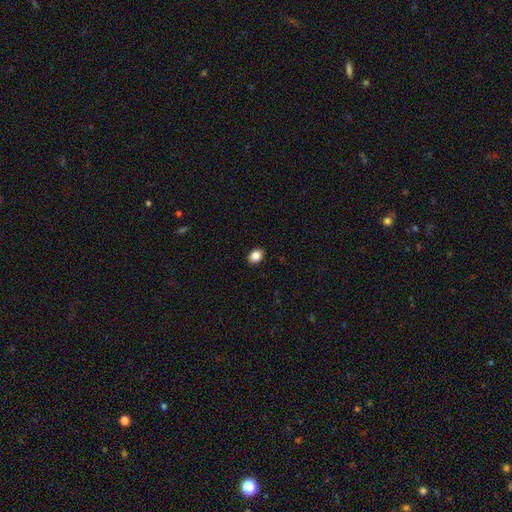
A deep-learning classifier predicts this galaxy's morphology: smooth_or_featured: smooth (p=0.85) [alt: star or artifact p=0.09]
how_rounded: in between (p=0.68) [alt: round p=0.31]
merging: none (p=0.91) [alt: minor disturbance p=0.07]